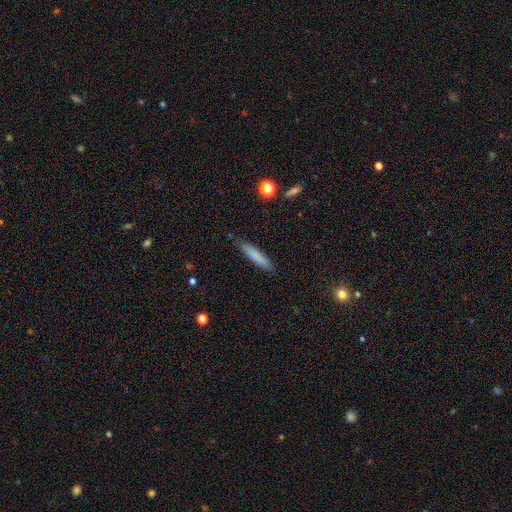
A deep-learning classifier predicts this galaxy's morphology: This appears to be a smooth galaxy with no disk features (79%) that is cigar-shaped (91%). Merging: none (85%).